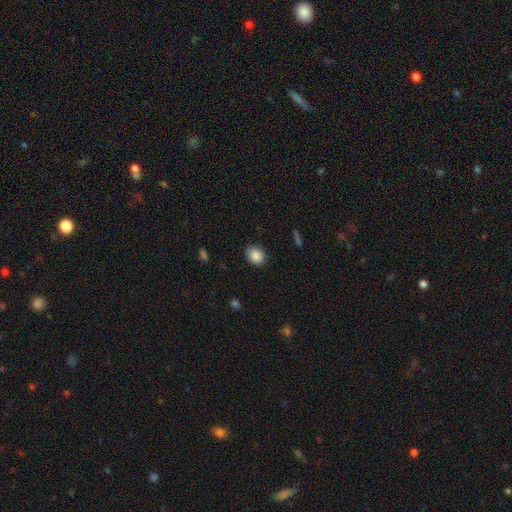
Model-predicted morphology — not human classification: Smooth or featured: smooth — 86% (star or artifact — 9%)
How rounded: round — 65% (in between — 34%)
Merging: none — 85% (minor disturbance — 11%)